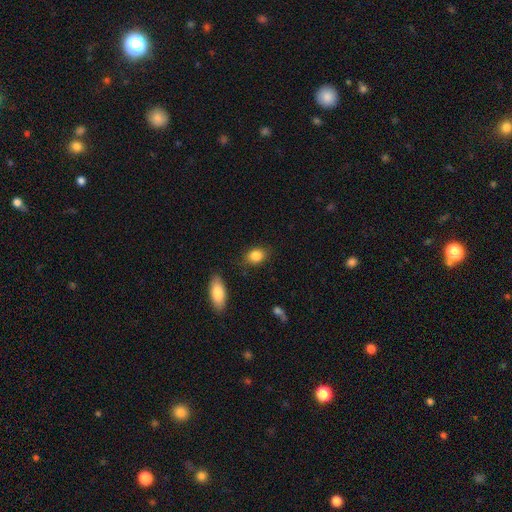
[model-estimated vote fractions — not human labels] The model was most divided on "how rounded": in between: 69%, round: 29%, cigar-shaped: 2%. More confident: smooth or featured — smooth (86%); merging — none (80%).